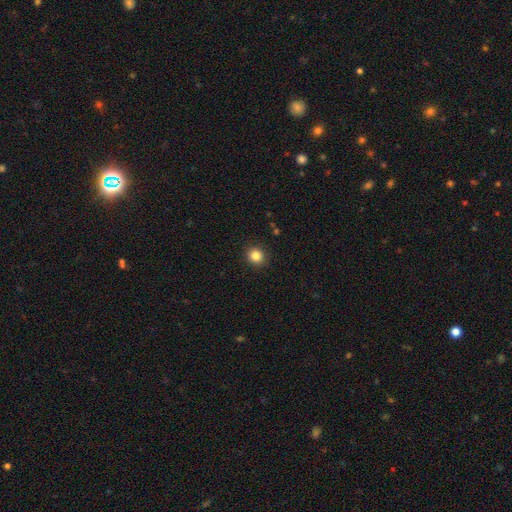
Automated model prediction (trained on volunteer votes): Overall: smooth (84%). How rounded: round (89%). Merging: none (91%).